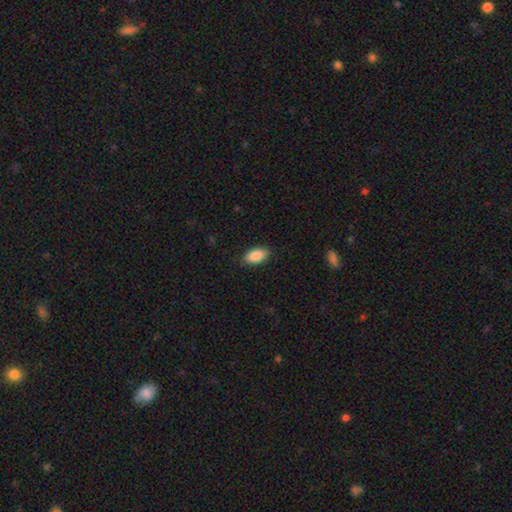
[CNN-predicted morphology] This appears to be a smooth galaxy with no disk features (86%) that is in between round and cigar-shaped (92%). Merging: none (85%).